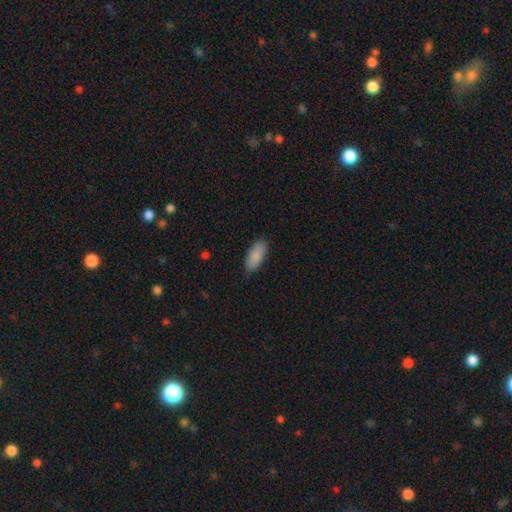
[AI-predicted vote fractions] This appears to be a smooth galaxy with no disk features (89%) that is in between round and cigar-shaped (88%). Merging: none (80%).